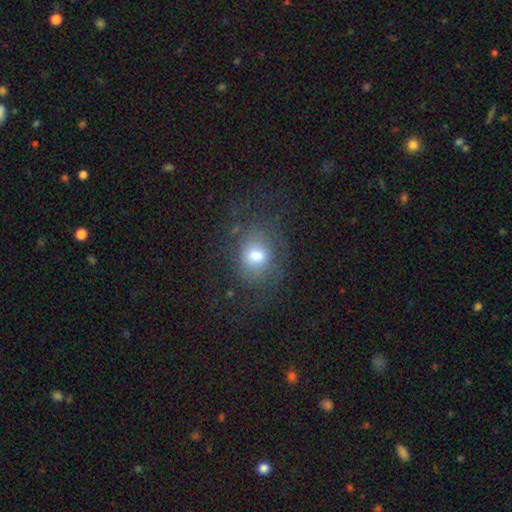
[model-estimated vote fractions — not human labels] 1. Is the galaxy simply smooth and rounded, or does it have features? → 61% smooth, 26% featured or disk, 13% star or artifact.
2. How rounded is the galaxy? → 54% in between, 45% round, 1% cigar-shaped.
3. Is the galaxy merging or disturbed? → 59% none, 21% minor disturbance, 18% major disturbance, 2% merger.